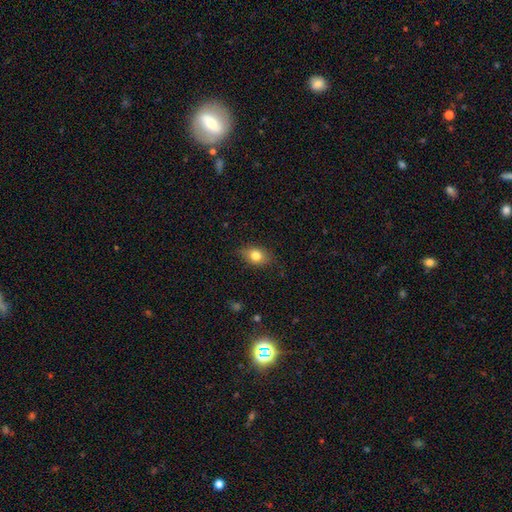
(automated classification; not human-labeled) Morphology: type=smooth (78%); roundness=in between (72%); merging=none (80%).